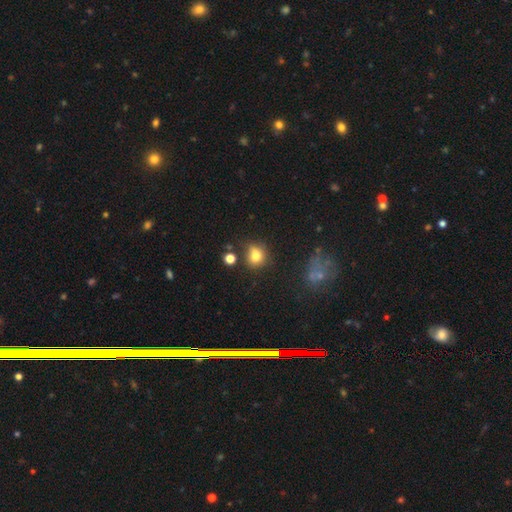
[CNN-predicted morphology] The model was most divided on "how rounded": round: 68%, in between: 31%, cigar-shaped: 1%. More confident: smooth or featured — smooth (78%); merging — none (60%).